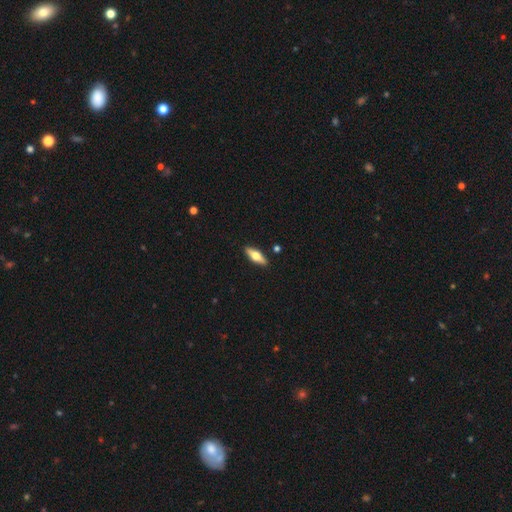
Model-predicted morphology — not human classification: A featured or disk galaxy (50%). Merging: none (90%).